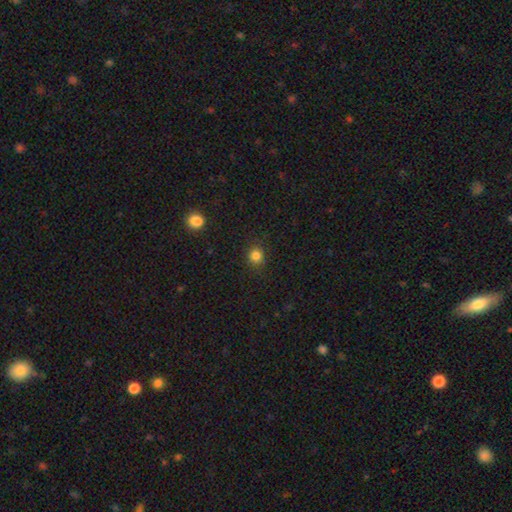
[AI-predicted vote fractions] Smooth or featured? Predicted: smooth (p=0.83). How rounded? Predicted: round (p=0.84). Merging? Predicted: none (p=0.87).